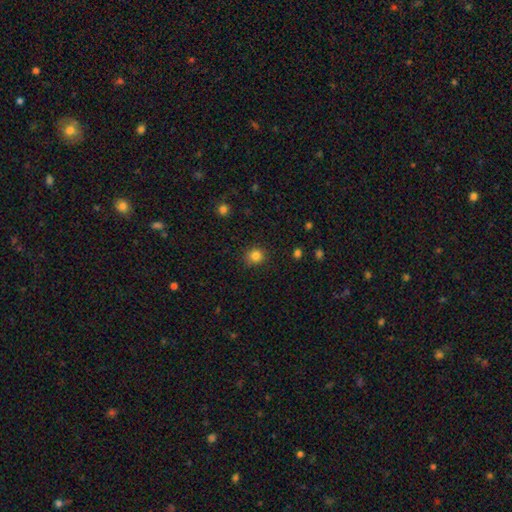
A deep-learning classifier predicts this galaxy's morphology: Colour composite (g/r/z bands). It shows a smooth galaxy with no disk features (83%) that is round (84%). Merging: none (88%).